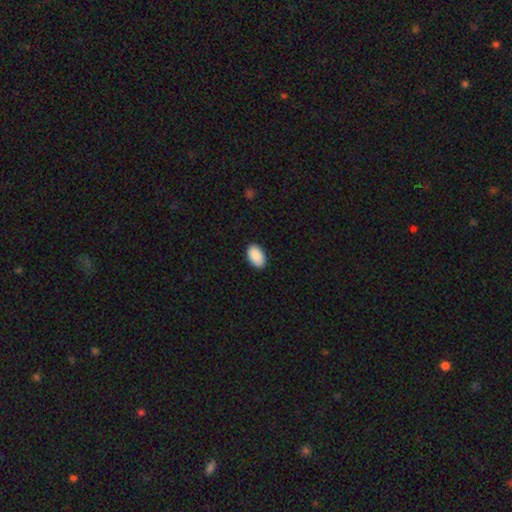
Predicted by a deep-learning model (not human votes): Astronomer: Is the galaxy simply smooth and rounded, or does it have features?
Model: smooth — 91%.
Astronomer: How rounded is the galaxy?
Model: in between — 94%.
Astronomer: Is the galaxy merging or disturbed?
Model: none — 90%.